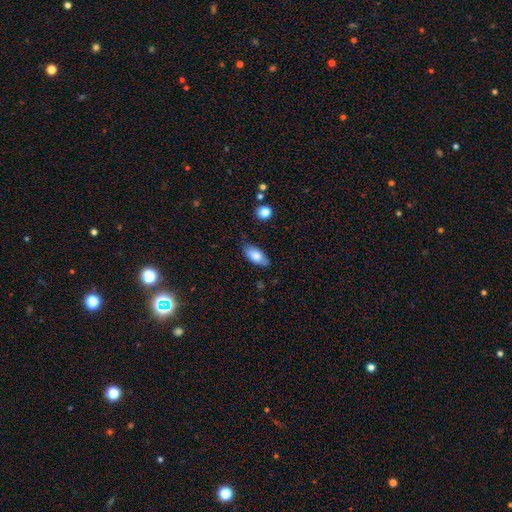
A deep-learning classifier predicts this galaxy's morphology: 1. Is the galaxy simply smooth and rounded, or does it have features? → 79% smooth, 14% featured or disk, 7% star or artifact.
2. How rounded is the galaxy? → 89% in between, 7% cigar-shaped, 3% round.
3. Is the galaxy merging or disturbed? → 74% none, 20% minor disturbance, 4% major disturbance, 2% merger.